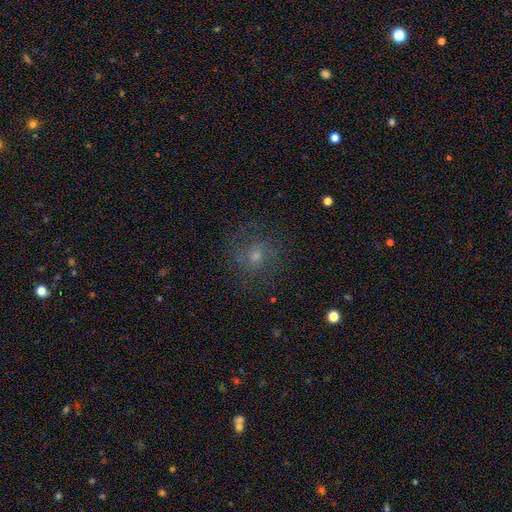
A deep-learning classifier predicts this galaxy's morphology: This is marginally a smooth galaxy (43%). Merging: likely none (73%).